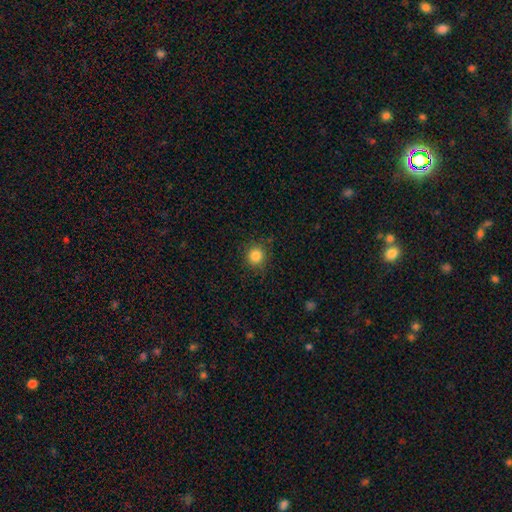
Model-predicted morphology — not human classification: Q: Smooth or featured?
A: smooth (84%); runner-up: star or artifact (11%)
Q: How rounded?
A: round (91%); runner-up: in between (8%)
Q: Merging?
A: none (87%); runner-up: minor disturbance (9%)